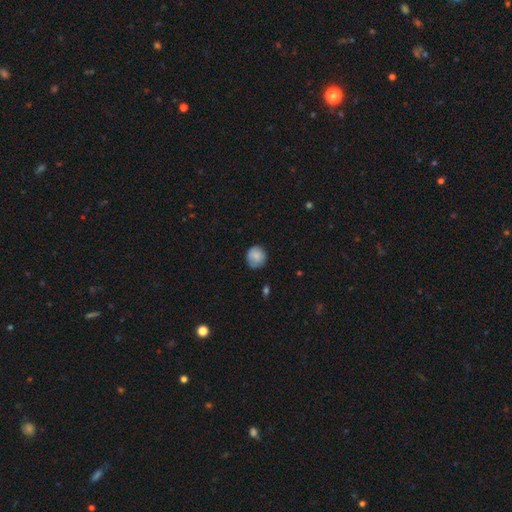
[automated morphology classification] A smooth galaxy with no disk features (83%) that is round (88%).

Vote fractions:
- Smooth or featured? smooth: 83% / featured or disk: 9% / star or artifact: 8%
- How rounded? round: 88% / in between: 11% / cigar-shaped: 1%
- Merging? none: 75% / minor disturbance: 20% / major disturbance: 4% / merger: 1%